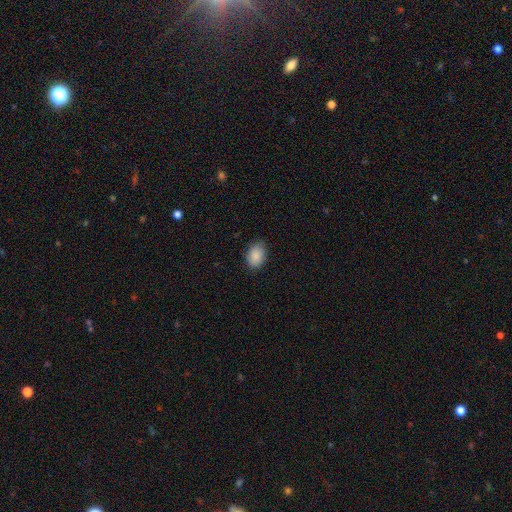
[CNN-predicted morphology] smooth_or_featured: smooth (p=0.89) [alt: star or artifact p=0.07]
how_rounded: in between (p=0.77) [alt: round p=0.22]
merging: none (p=0.82) [alt: minor disturbance p=0.14]